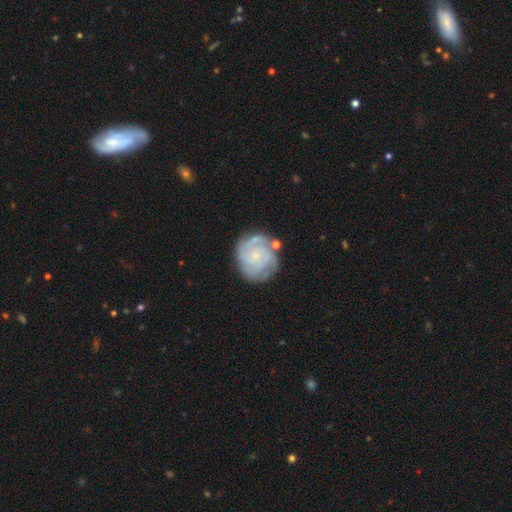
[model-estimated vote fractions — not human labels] Smooth or featured? Predicted: featured or disk (p=0.76). Edge-on disk? Predicted: no (p=0.98). Bar? Predicted: no (p=0.72). Spiral arms? Predicted: yes (p=0.93). Spiral winding? Predicted: tight (p=0.60). Spiral arm count? Predicted: can't tell (p=0.29). Bulge size? Predicted: small (p=0.66). Merging? Predicted: none (p=0.72).